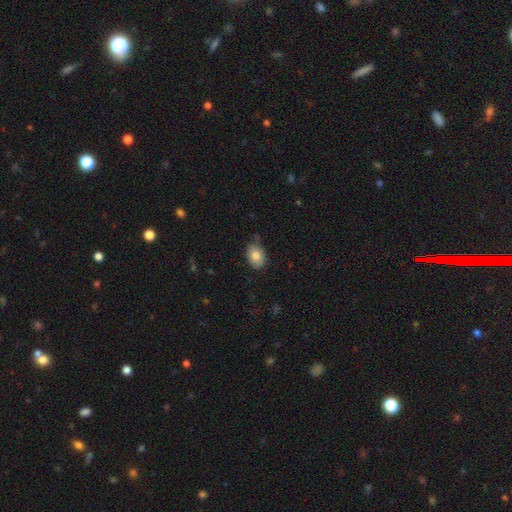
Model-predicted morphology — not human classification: This appears to be a smooth galaxy with no disk features (79%) that is in between round and cigar-shaped (73%). Merging: none (79%).